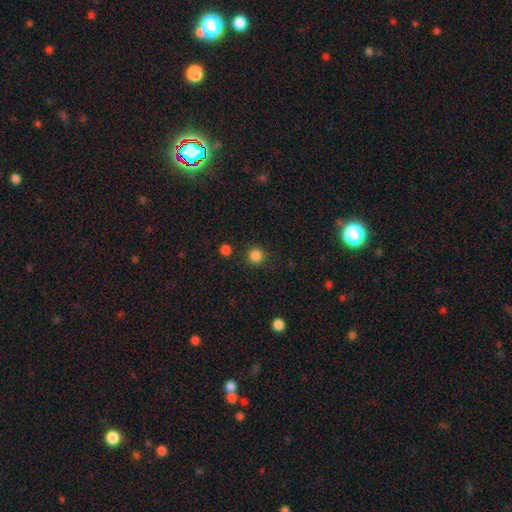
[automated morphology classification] smooth_or_featured: smooth (p=0.84) [alt: star or artifact p=0.13]
how_rounded: round (p=0.94) [alt: in between p=0.05]
merging: none (p=0.88) [alt: minor disturbance p=0.06]